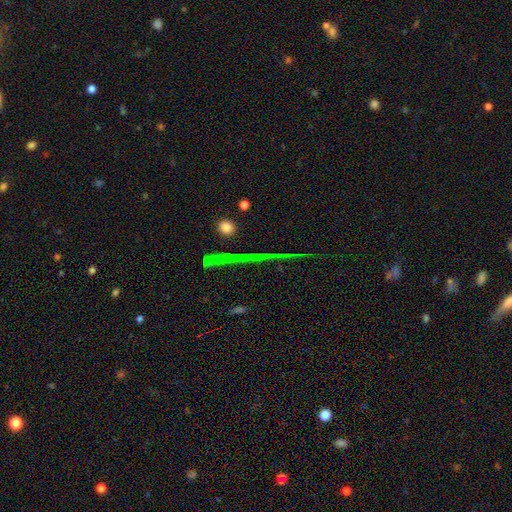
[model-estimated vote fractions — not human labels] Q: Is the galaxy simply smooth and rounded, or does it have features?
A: star or artifact — 69%.